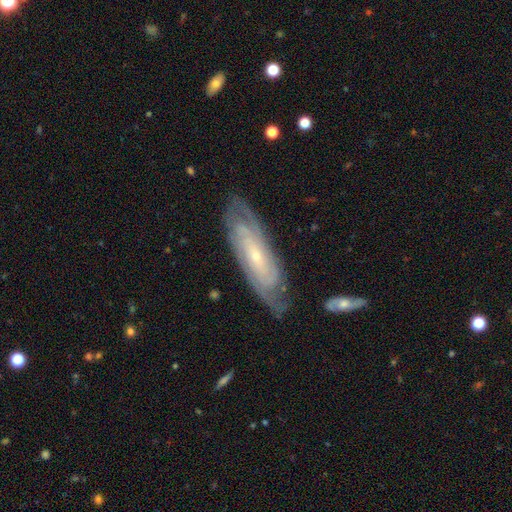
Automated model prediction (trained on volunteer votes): smooth_or_featured: featured or disk (p=0.80) [alt: smooth p=0.14]
disk_edge_on: no (p=0.84) [alt: yes p=0.16]
bar: no (p=0.63) [alt: weak p=0.27]
has_spiral_arms: yes (p=0.93) [alt: no p=0.07]
spiral_winding: tight (p=0.69) [alt: medium p=0.25]
spiral_arm_count: can't tell (p=0.43) [alt: 2 p=0.28]
bulge_size: small (p=0.81) [alt: moderate p=0.16]
merging: none (p=0.77) [alt: minor disturbance p=0.16]